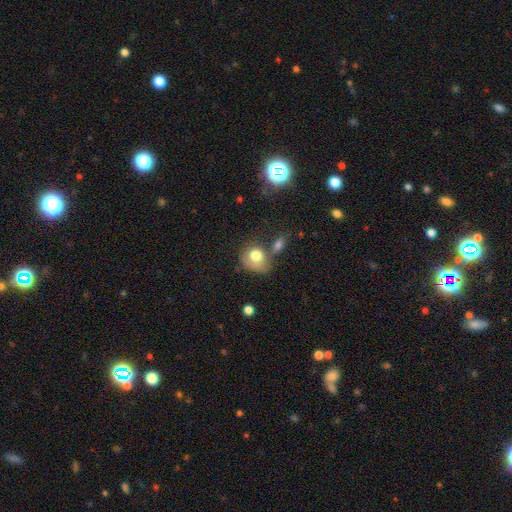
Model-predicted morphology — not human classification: This appears to be a smooth galaxy with no disk features (74%) that is round (61%). Merging: none (35%).